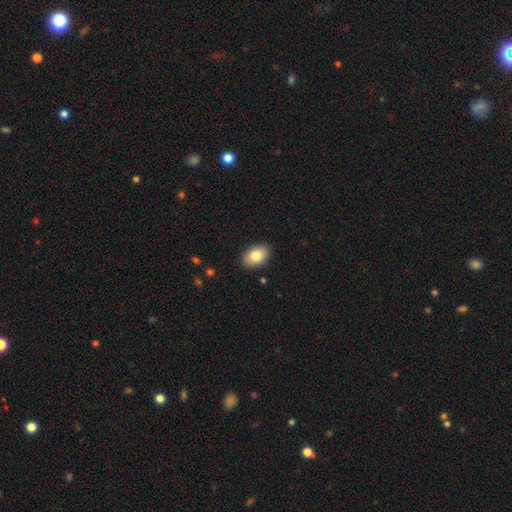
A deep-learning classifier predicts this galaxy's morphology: smooth 80%, featured or disk 12%, star or artifact 7%. Down the decision tree: how rounded — in between (87%); merging — none (89%).